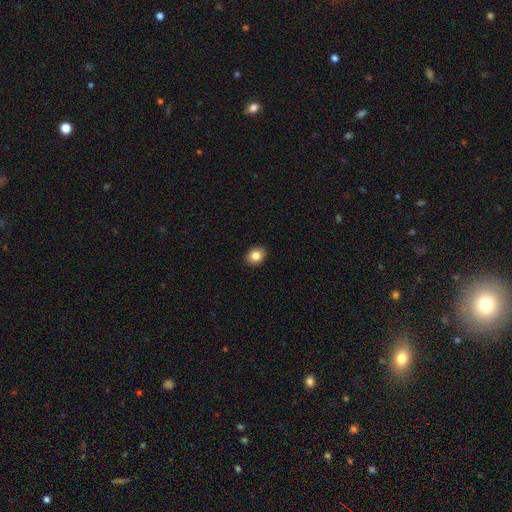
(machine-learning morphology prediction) Smooth or featured: smooth — 84% (star or artifact — 9%)
How rounded: round — 56% (in between — 44%)
Merging: none — 91% (minor disturbance — 6%)